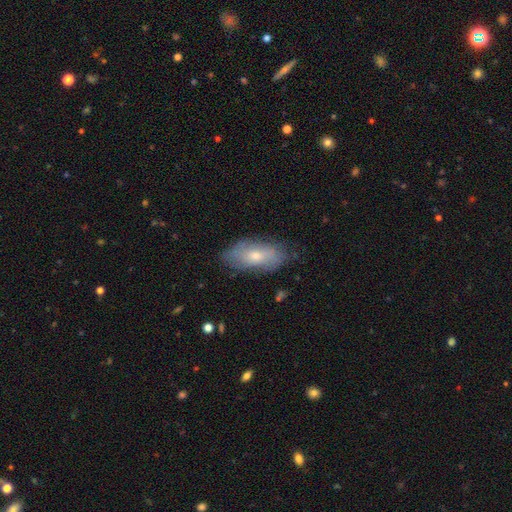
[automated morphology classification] A smooth galaxy with no disk features (49%).

Vote fractions:
- Smooth or featured? smooth: 49% / featured or disk: 43% / star or artifact: 8%
- Merging? none: 74% / minor disturbance: 20% / major disturbance: 5% / merger: 1%